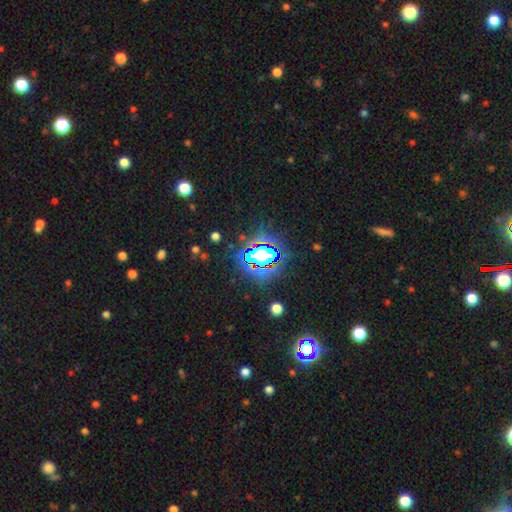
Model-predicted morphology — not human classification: A star or artifact, not a galaxy (78%).